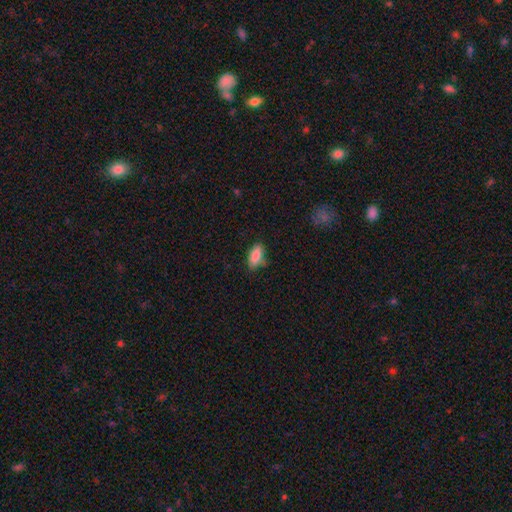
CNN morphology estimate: smooth_or_featured: smooth (p=0.86) [alt: star or artifact p=0.07]
how_rounded: in between (p=0.87) [alt: cigar-shaped p=0.11]
merging: none (p=0.70) [alt: minor disturbance p=0.22]